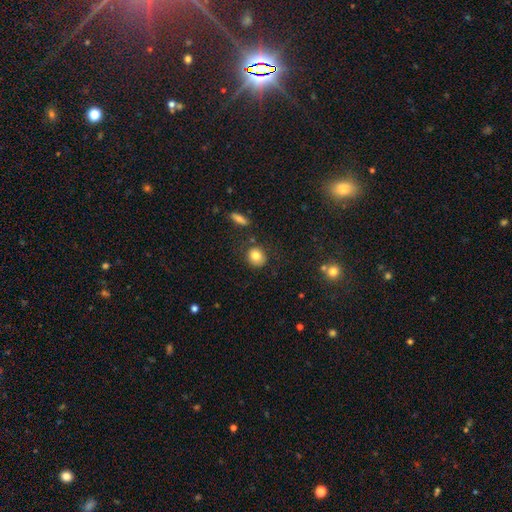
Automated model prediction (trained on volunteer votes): This is clearly a smooth galaxy (81%). How rounded: likely round (74%). Merging: likely none (78%).